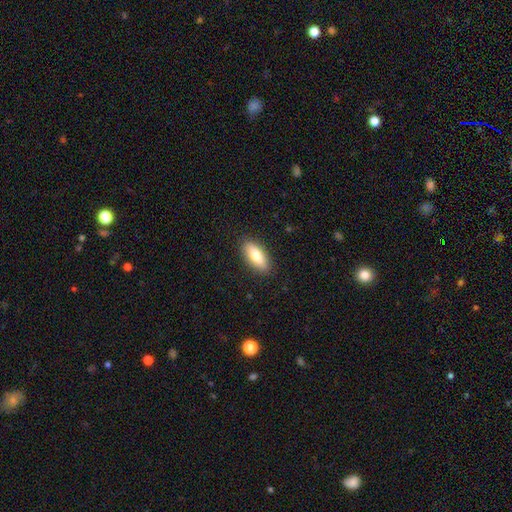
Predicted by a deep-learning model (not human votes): Smooth or featured?
  - smooth: 73% *
  - featured or disk: 21%
  - star or artifact: 6%
How rounded?
  - in between: 73% *
  - cigar-shaped: 25%
  - round: 2%
Merging?
  - none: 89% *
  - minor disturbance: 8%
  - major disturbance: 2%
  - merger: 1%